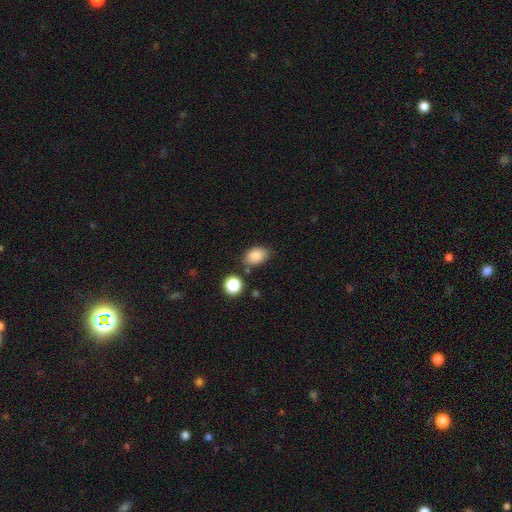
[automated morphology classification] This appears to be a smooth galaxy with no disk features (85%) that is in between round and cigar-shaped (83%). Merging: none (74%).